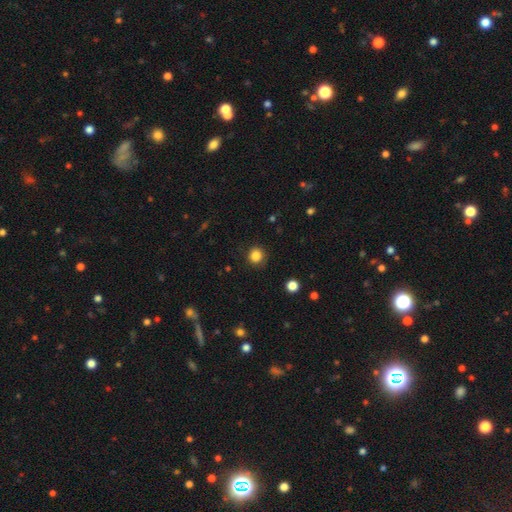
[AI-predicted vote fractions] Smooth or featured?
  - smooth: 85% *
  - star or artifact: 11%
  - featured or disk: 4%
How rounded?
  - round: 91% *
  - in between: 8%
  - cigar-shaped: 1%
Merging?
  - none: 87% *
  - minor disturbance: 9%
  - major disturbance: 3%
  - merger: 1%